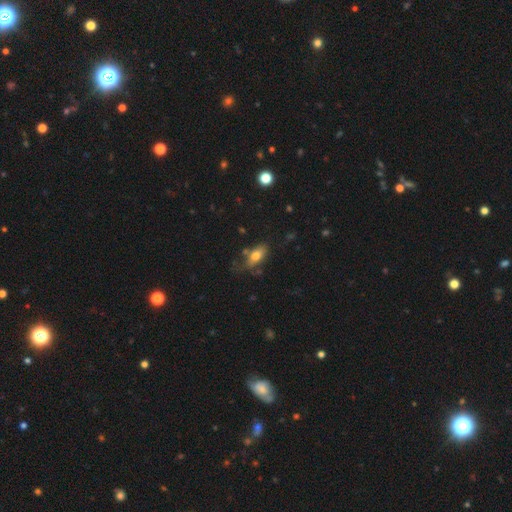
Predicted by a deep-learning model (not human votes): Smooth or featured: smooth — 72% (featured or disk — 19%)
How rounded: in between — 85% (cigar-shaped — 11%)
Merging: none — 56% (minor disturbance — 26%)